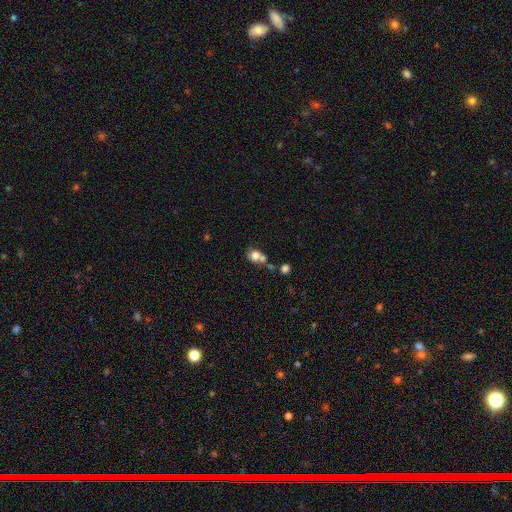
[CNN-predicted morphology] Smooth or featured: smooth — 75% (featured or disk — 14%)
How rounded: round — 66% (in between — 33%)
Merging: merger — 46% (none — 34%)